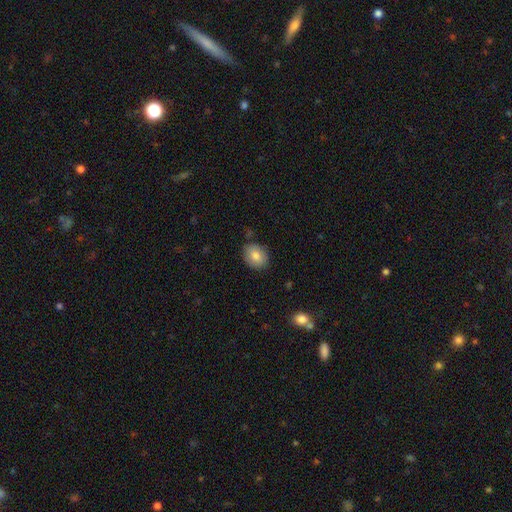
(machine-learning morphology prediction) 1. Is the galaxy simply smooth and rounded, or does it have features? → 81% smooth, 11% featured or disk, 8% star or artifact.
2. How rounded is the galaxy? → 52% in between, 47% round, 1% cigar-shaped.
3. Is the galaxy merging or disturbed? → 83% none, 13% minor disturbance, 2% major disturbance, 2% merger.